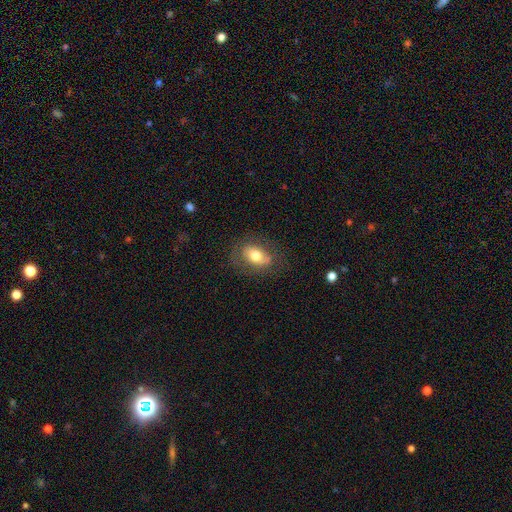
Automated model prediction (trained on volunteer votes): A smooth galaxy with no disk features (65%) that is in between round and cigar-shaped (80%). Merging: none (72%).